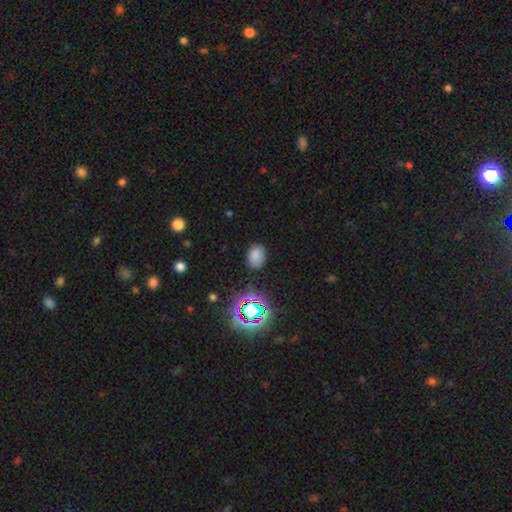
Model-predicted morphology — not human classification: Smooth or featured? smooth (76%)
How rounded? in between (74%)
Merging? none (83%)